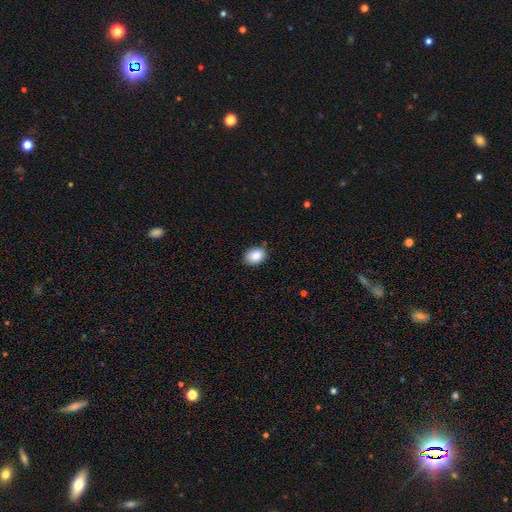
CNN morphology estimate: This appears to be a smooth galaxy with no disk features (87%) that is in between round and cigar-shaped (71%). Merging: none (84%).